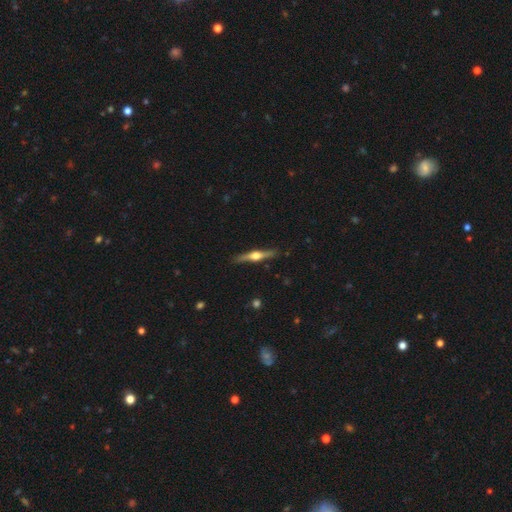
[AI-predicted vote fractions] A featured or disk galaxy (73%) viewed edge-on (97%) with a rounded central bulge (94%). Merging: none (88%).